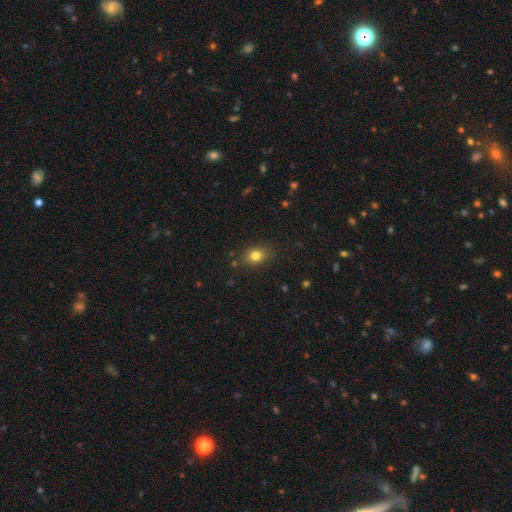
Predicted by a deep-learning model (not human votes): Smooth or featured? smooth (80%)
How rounded? in between (57%)
Merging? none (84%)